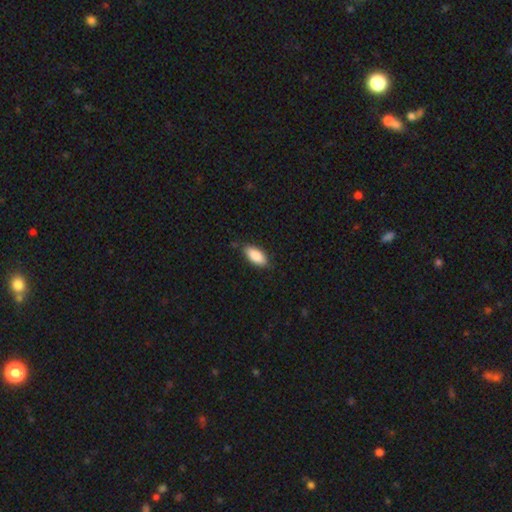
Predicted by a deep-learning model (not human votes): smooth_or_featured: smooth (p=0.87) [alt: featured or disk p=0.07]
how_rounded: in between (p=0.88) [alt: cigar-shaped p=0.10]
merging: none (p=0.83) [alt: minor disturbance p=0.14]